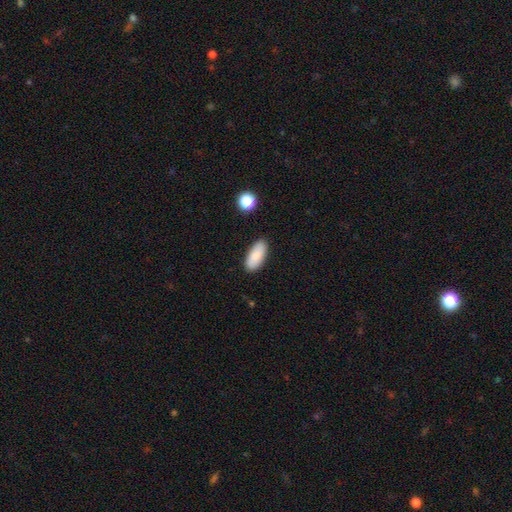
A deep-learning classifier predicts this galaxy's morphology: type=smooth (86%); roundness=in between (85%); merging=none (87%).